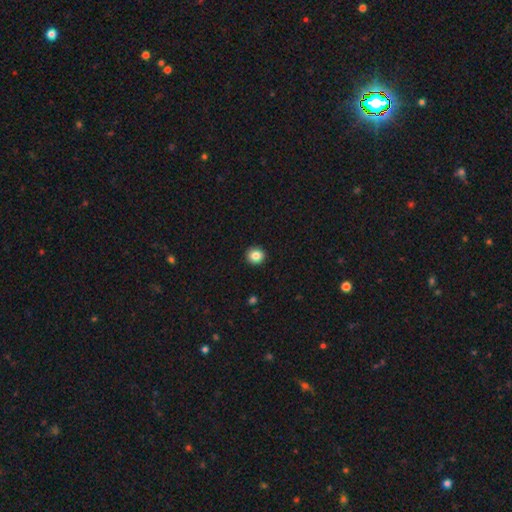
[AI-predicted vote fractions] The model was most divided on "smooth or featured": smooth: 85%, star or artifact: 10%, featured or disk: 5%. More confident: merging — none (93%); how rounded — round (91%).